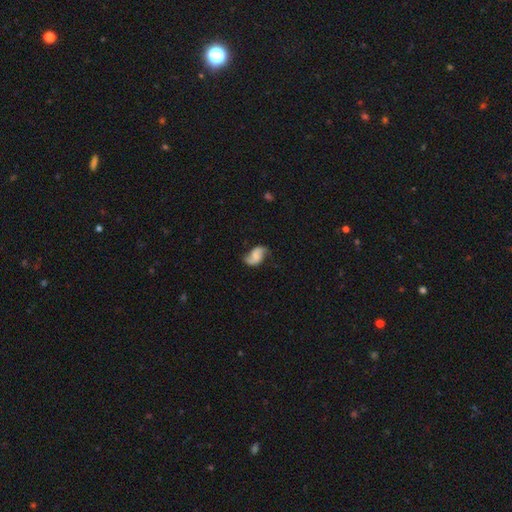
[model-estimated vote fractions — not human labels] A featured or disk galaxy (62%) with no bar (53%), 2 (89%) loose (60%) spiral arms (92%) and a small central bulge (36%). Merging: none (68%).